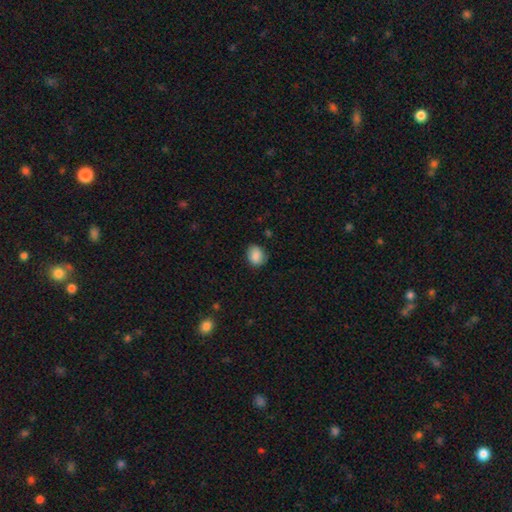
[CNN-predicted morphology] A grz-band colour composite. It shows a smooth galaxy with no disk features (85%) that is round (52%). Merging: none (75%).